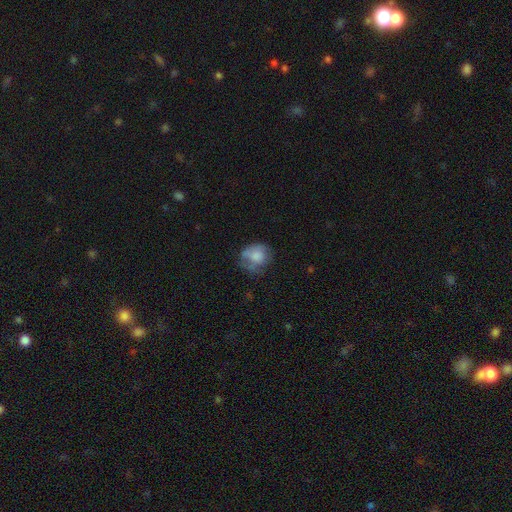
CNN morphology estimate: smooth 68%, featured or disk 23%, star or artifact 9%. Down the decision tree: how rounded — round (70%); merging — none (45%).